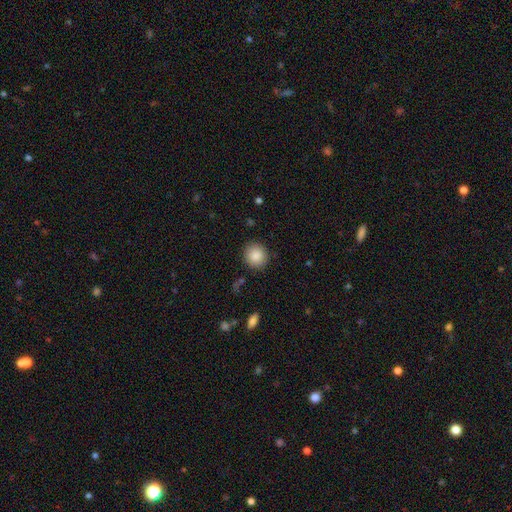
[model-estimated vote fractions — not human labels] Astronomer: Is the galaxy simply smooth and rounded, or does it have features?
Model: smooth — 87%.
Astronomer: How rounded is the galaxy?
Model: round — 89%.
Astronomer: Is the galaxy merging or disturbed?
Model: none — 90%.